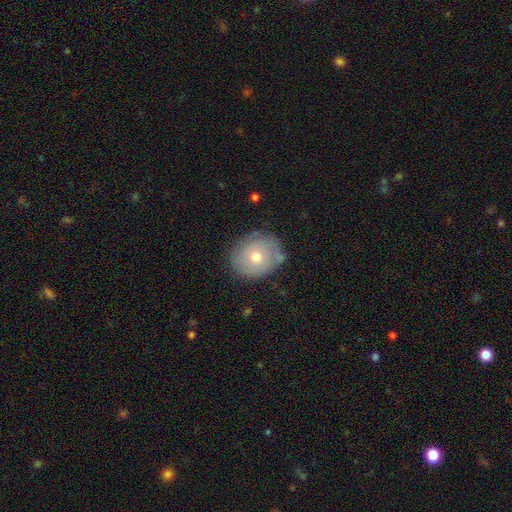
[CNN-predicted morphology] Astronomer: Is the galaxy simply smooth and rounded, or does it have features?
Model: smooth — 55% (runner-up: featured or disk, 35%).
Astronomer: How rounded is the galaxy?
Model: round — 73%.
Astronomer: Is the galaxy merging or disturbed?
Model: none — 75%.